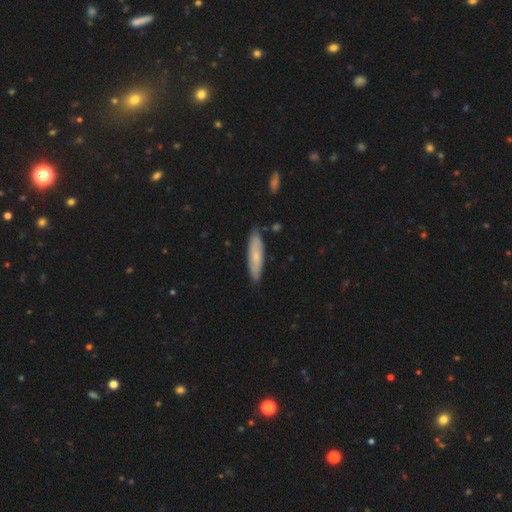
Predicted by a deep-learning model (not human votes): Overall: smooth (64%; featured or disk 30%). How rounded: cigar-shaped (73%). Merging: none (82%).